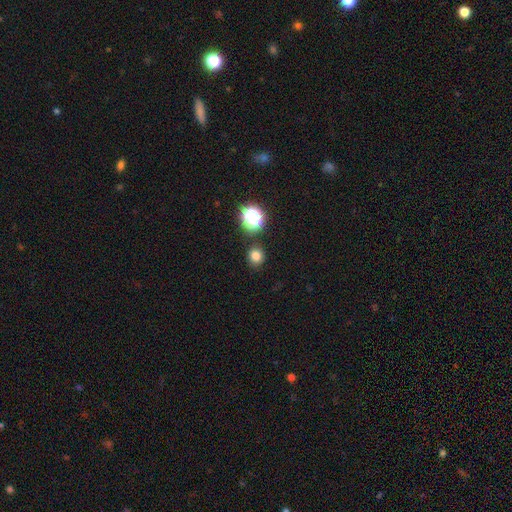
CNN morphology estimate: Smooth or featured? Predicted: smooth (p=0.76). How rounded? Predicted: round (p=0.84). Merging? Predicted: none (p=0.86).